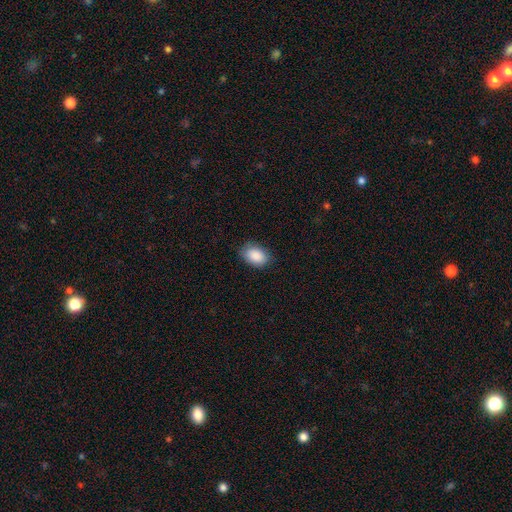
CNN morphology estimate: Overall: smooth (89%). How rounded: in between (85%). Merging: none (82%).